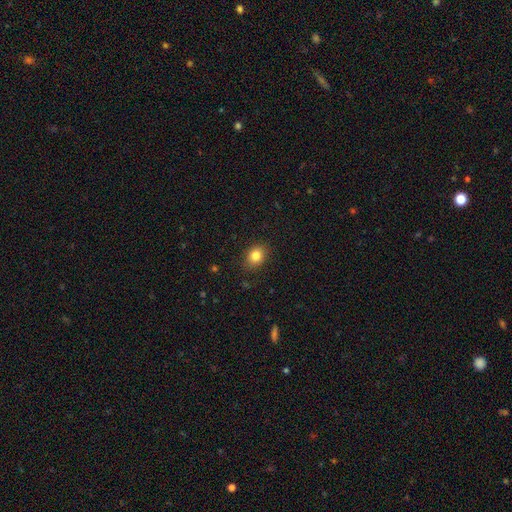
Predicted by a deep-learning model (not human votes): Morphology: type=smooth (83%); roundness=in between (54%); merging=none (86%).